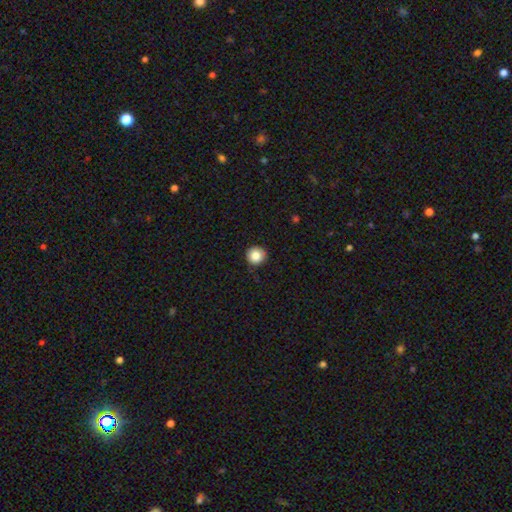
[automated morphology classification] This appears to be a smooth galaxy with no disk features (87%) that is round (95%). Merging: none (88%).